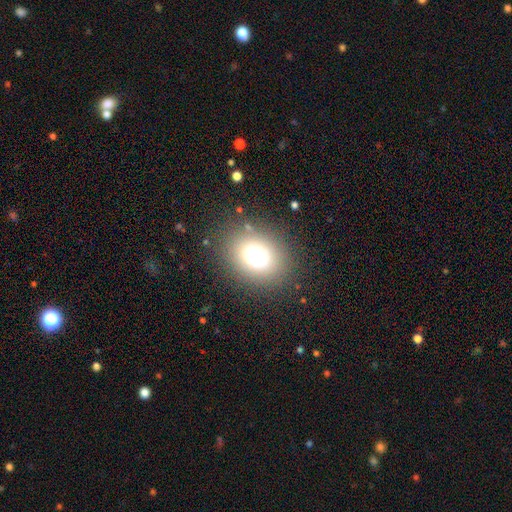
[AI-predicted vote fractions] This is likely a smooth galaxy (72%). How rounded: possibly in between (53%). Merging: clearly none (82%).